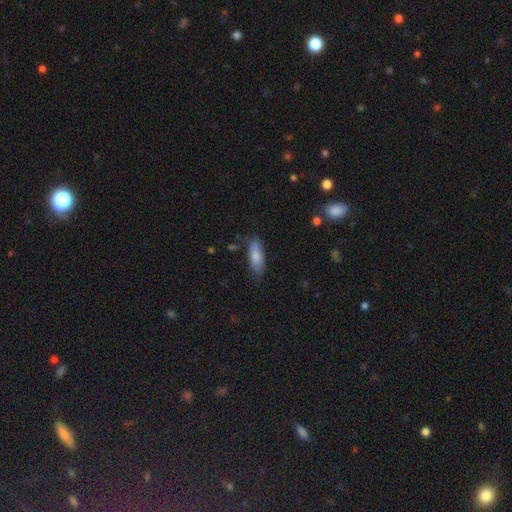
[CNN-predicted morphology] type=smooth (82%); roundness=in between (71%); merging=none (76%).